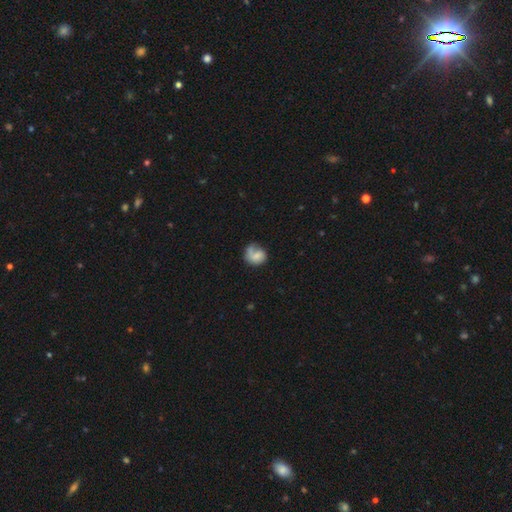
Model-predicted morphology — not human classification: A smooth galaxy with no disk features (54%) that is round (68%). Merging: none (46%).